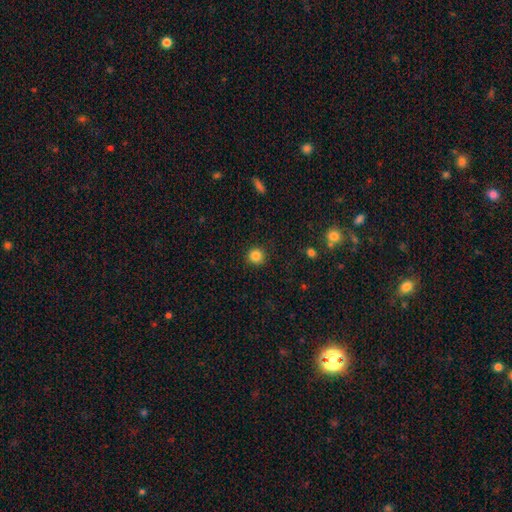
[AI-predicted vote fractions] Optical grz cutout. It shows a smooth galaxy with no disk features (84%) that is round (93%). Merging: none (90%).